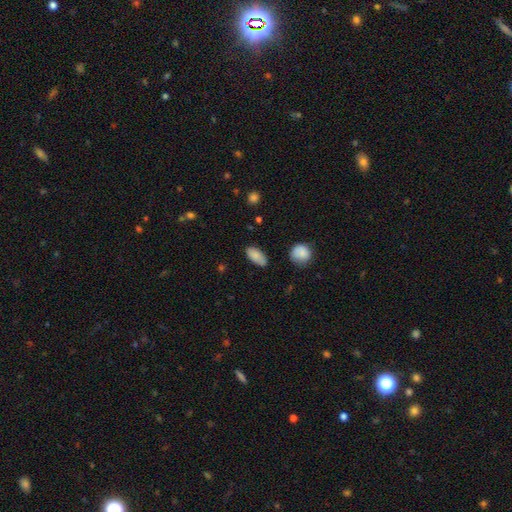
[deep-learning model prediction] This is clearly a smooth galaxy (84%). How rounded: clearly in between (90%). Merging: likely none (79%).